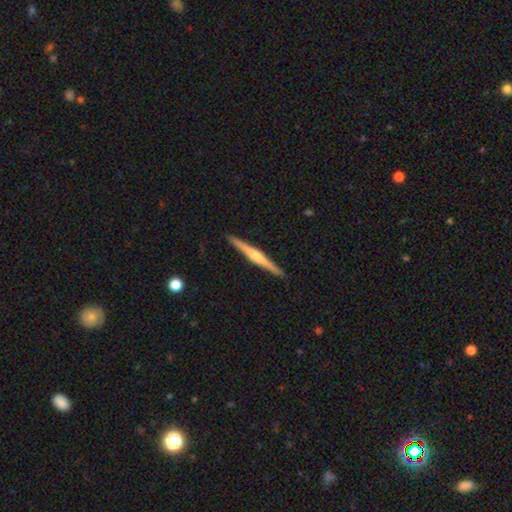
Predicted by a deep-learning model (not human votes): A featured or disk galaxy (72%) viewed edge-on (98%) with a rounded central bulge (74%). Merging: none (92%).